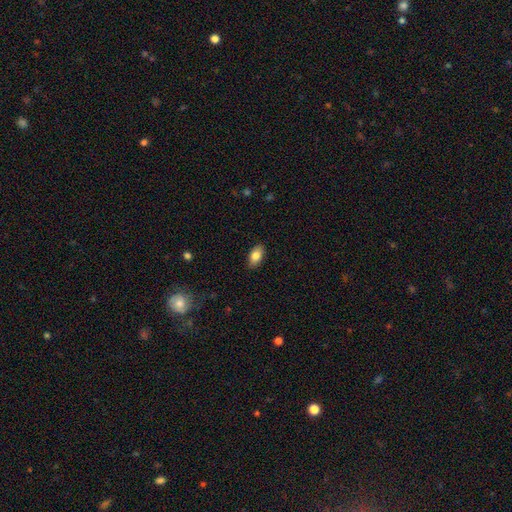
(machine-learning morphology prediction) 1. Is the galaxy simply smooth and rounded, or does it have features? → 83% smooth, 9% featured or disk, 7% star or artifact.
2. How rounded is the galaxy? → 92% in between, 6% round, 3% cigar-shaped.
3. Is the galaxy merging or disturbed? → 88% none, 9% minor disturbance, 2% major disturbance, 1% merger.